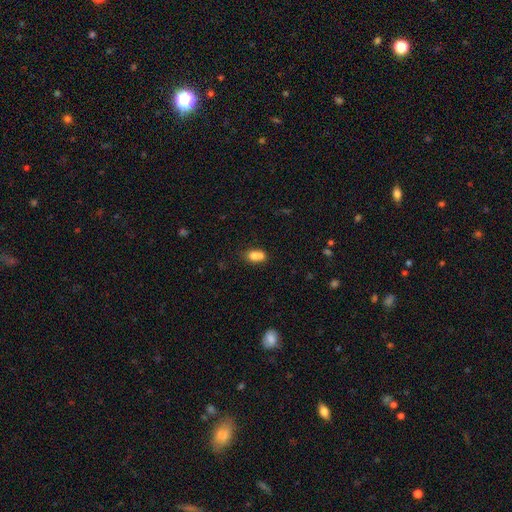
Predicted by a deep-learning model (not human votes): This is likely a smooth galaxy (73%). How rounded: likely in between (68%). Merging: possibly merger (52%).